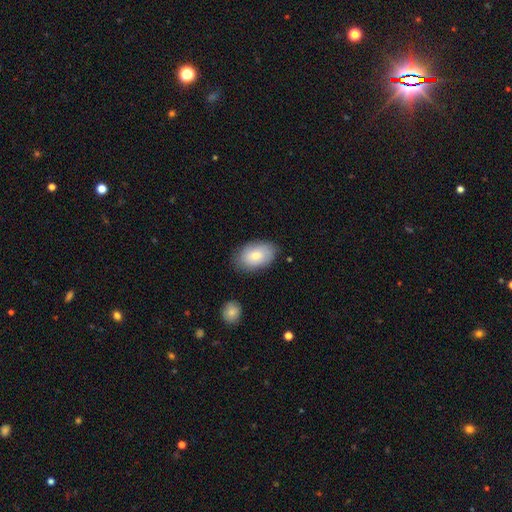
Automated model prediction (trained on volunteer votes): Smooth or featured: smooth — 74% (featured or disk — 19%)
How rounded: in between — 91% (round — 8%)
Merging: none — 80% (minor disturbance — 15%)